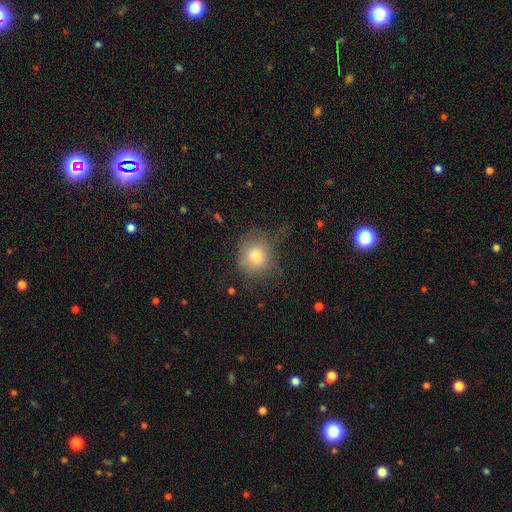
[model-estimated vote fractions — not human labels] Smooth or featured?
  - smooth: 77% *
  - star or artifact: 12%
  - featured or disk: 11%
How rounded?
  - round: 84% *
  - in between: 15%
  - cigar-shaped: 1%
Merging?
  - none: 62% *
  - minor disturbance: 24%
  - major disturbance: 12%
  - merger: 2%